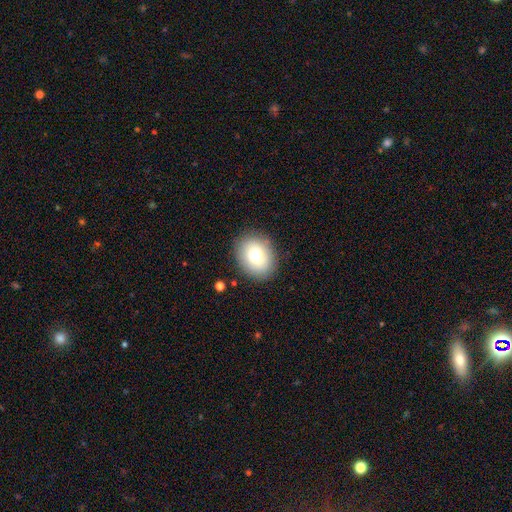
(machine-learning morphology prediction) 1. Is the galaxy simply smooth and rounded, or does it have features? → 76% smooth, 15% featured or disk, 9% star or artifact.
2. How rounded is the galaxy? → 56% in between, 43% round, 1% cigar-shaped.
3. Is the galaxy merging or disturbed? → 85% none, 10% minor disturbance, 3% major disturbance, 1% merger.